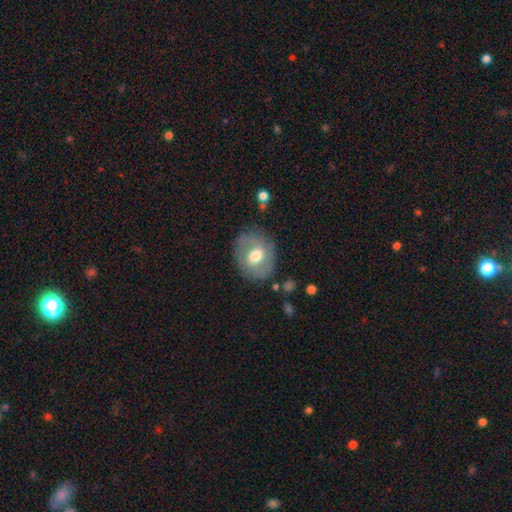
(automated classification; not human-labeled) Overall: smooth (50%; featured or disk 43%). How rounded: round (62%; in between 37%). Merging: none (77%).